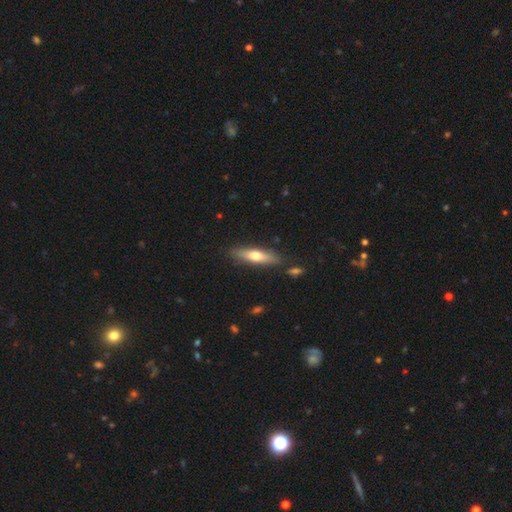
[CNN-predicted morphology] smooth_or_featured: smooth (p=0.56) [alt: featured or disk p=0.38]
how_rounded: cigar-shaped (p=0.75) [alt: in between p=0.23]
merging: none (p=0.83) [alt: minor disturbance p=0.11]